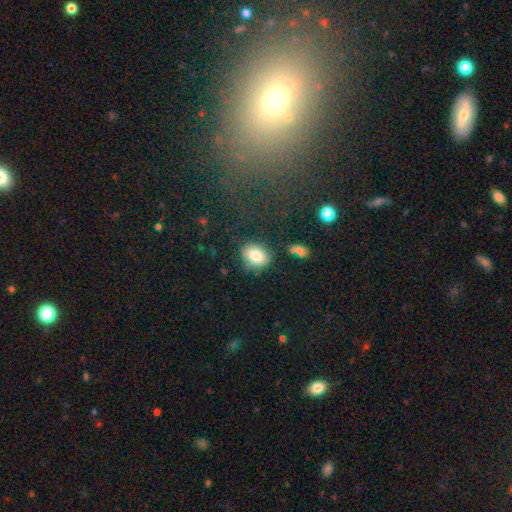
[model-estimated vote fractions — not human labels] This is clearly a smooth galaxy (81%). How rounded: possibly in between (57%). Merging: likely none (73%).